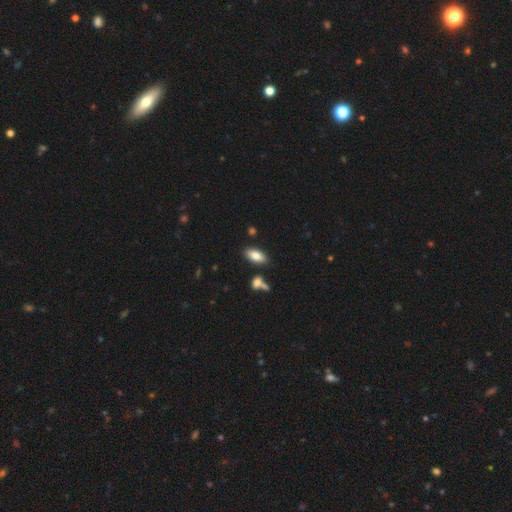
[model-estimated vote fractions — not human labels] Smooth or featured: smooth — 83% (featured or disk — 10%)
How rounded: in between — 90% (cigar-shaped — 7%)
Merging: none — 79% (minor disturbance — 11%)